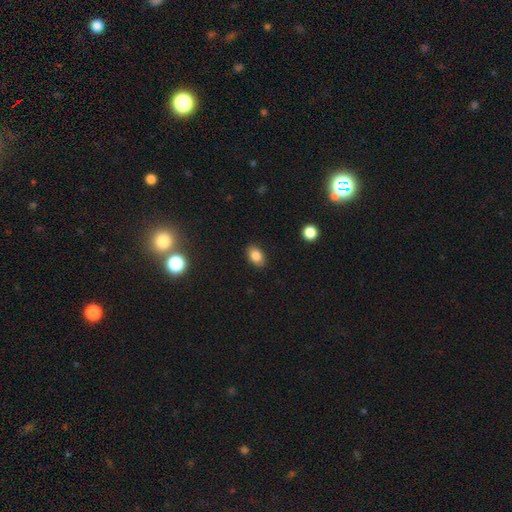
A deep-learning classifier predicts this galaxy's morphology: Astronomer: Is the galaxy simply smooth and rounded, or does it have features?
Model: smooth — 84%.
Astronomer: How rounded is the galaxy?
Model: in between — 84%.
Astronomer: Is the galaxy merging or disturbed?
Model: none — 87%.